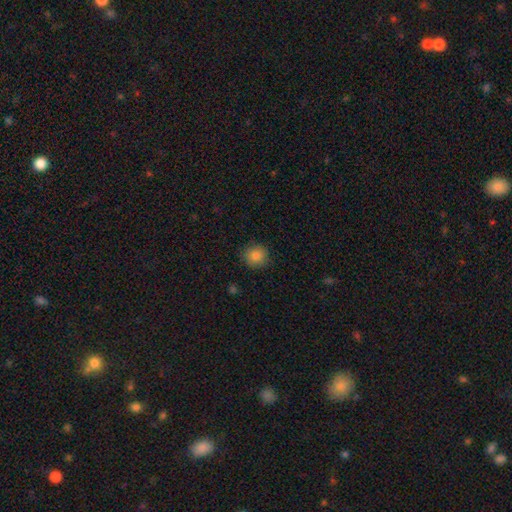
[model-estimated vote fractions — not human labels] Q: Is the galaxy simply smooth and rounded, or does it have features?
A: smooth — 83%.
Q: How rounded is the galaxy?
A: round — 90%.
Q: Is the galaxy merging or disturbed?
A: none — 89%.